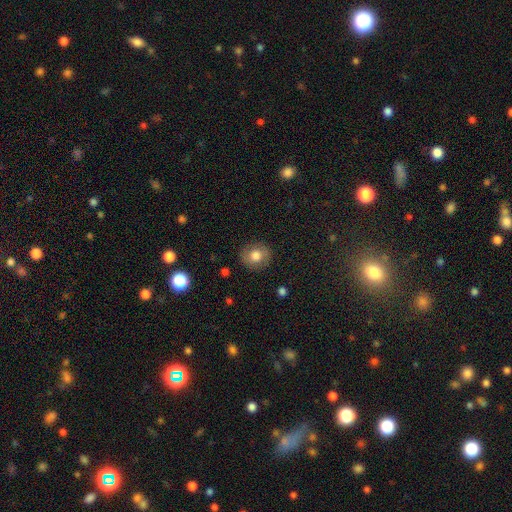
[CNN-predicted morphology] Overall: smooth (74%). How rounded: round (81%). Merging: none (86%).